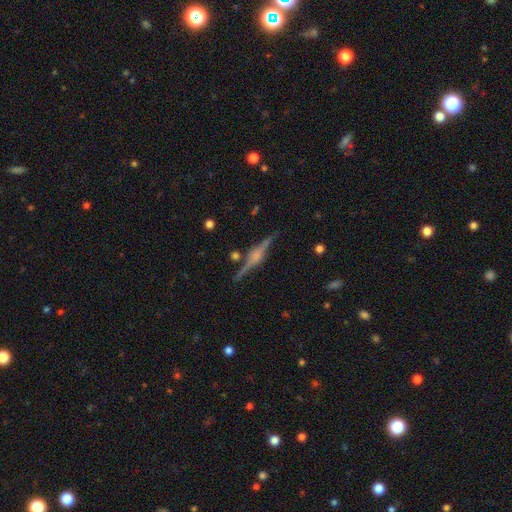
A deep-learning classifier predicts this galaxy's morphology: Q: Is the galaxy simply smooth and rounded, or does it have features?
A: featured or disk — 83%.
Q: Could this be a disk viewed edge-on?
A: yes — 97%.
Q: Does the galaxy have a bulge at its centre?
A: rounded — 69%.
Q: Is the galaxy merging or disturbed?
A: none — 83%.